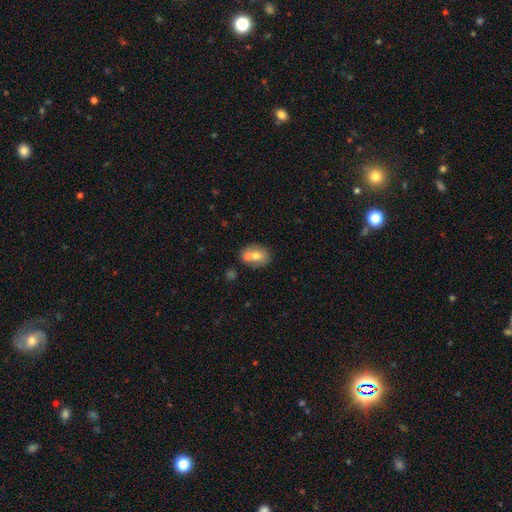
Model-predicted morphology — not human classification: A smooth galaxy with no disk features (67%) that is round (52%). Merging: none (46%).